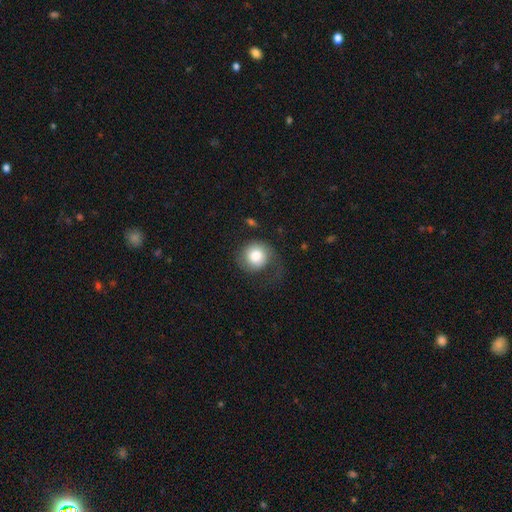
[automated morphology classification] Overall: smooth (76%). How rounded: round (86%). Merging: none (47%; major disturbance 27%).